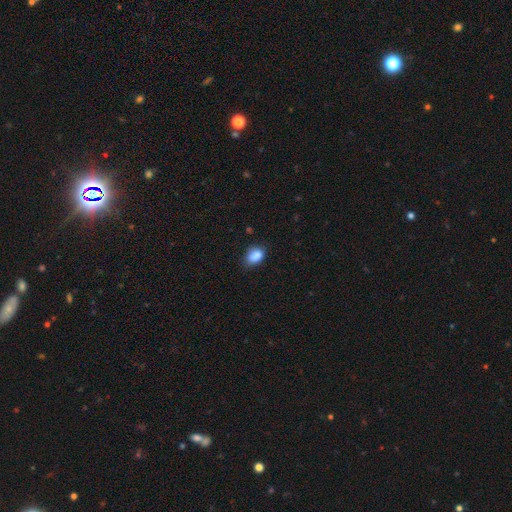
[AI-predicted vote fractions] Overall: smooth (85%). How rounded: in between (75%). Merging: none (62%; minor disturbance 29%).